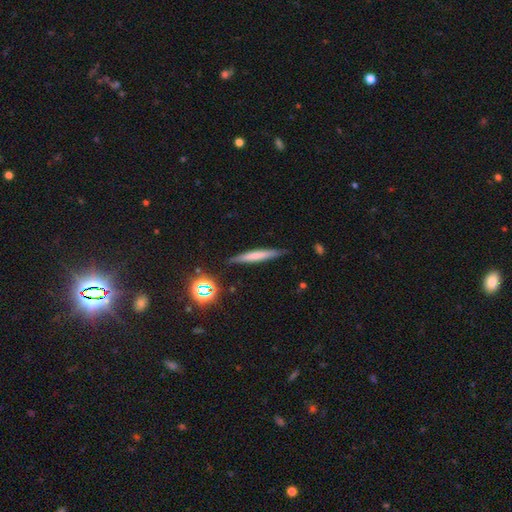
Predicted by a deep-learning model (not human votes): Smooth or featured? Predicted: smooth (p=0.59). How rounded? Predicted: cigar-shaped (p=0.93). Merging? Predicted: none (p=0.86).